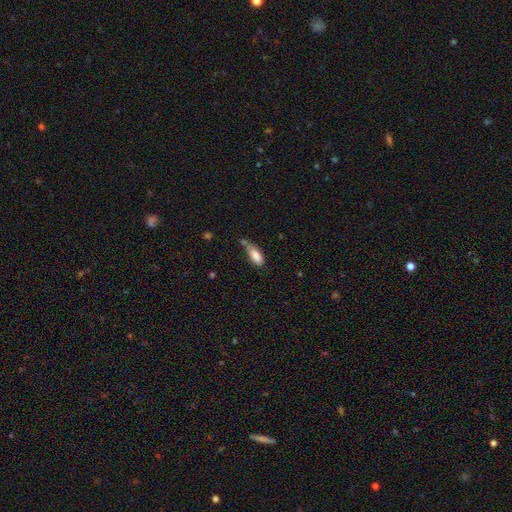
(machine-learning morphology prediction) smooth 83%, featured or disk 10%, star or artifact 8%. Down the decision tree: how rounded — in between (80%); merging — none (35%).